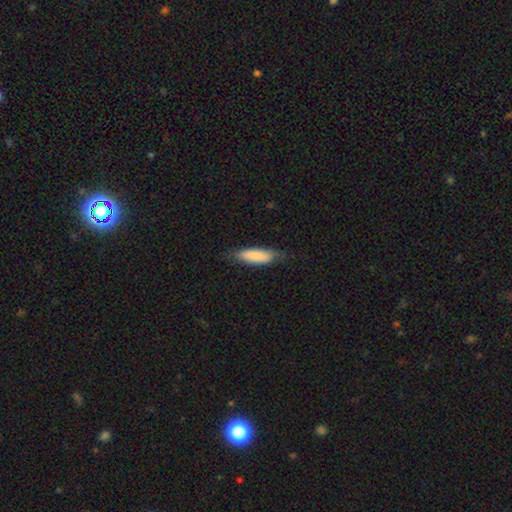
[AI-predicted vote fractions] Smooth or featured? Predicted: smooth (p=0.77). How rounded? Predicted: in between (p=0.51). Merging? Predicted: none (p=0.70).